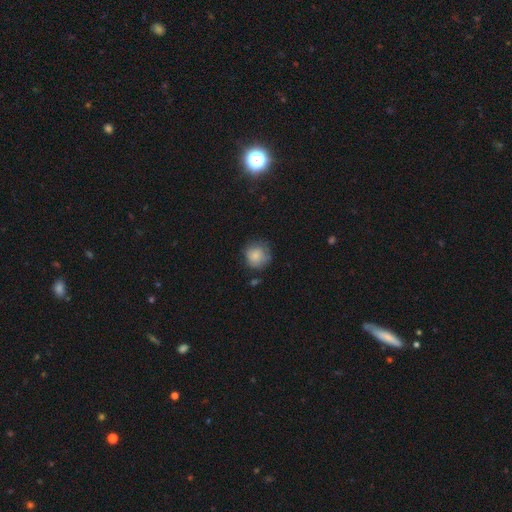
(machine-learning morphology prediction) Overall: smooth (80%). How rounded: round (89%). Merging: none (66%).